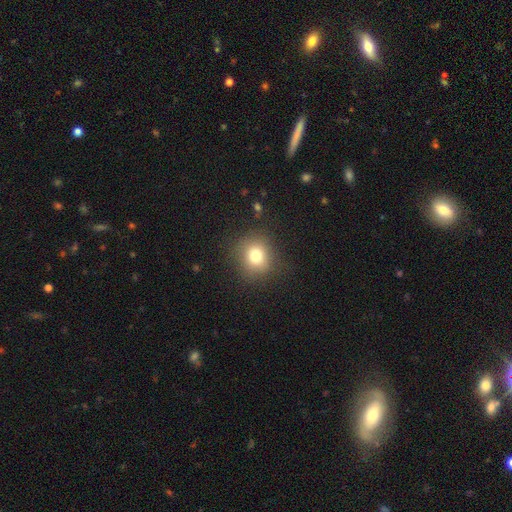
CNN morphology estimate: This appears to be a smooth galaxy with no disk features (76%) that is round (84%). Merging: none (84%).